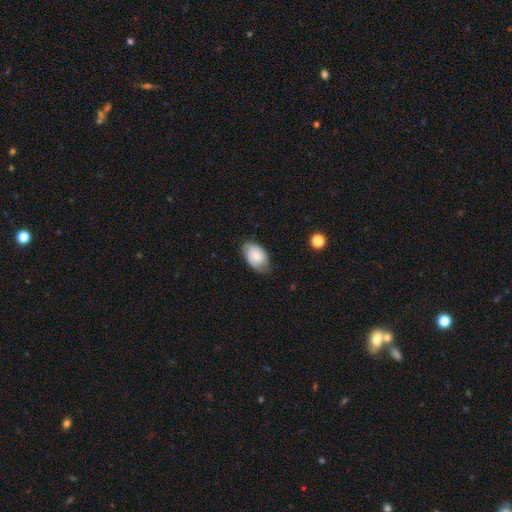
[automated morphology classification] Smooth or featured: smooth — 59% (featured or disk — 34%)
How rounded: in between — 89% (round — 10%)
Merging: none — 66% (minor disturbance — 27%)